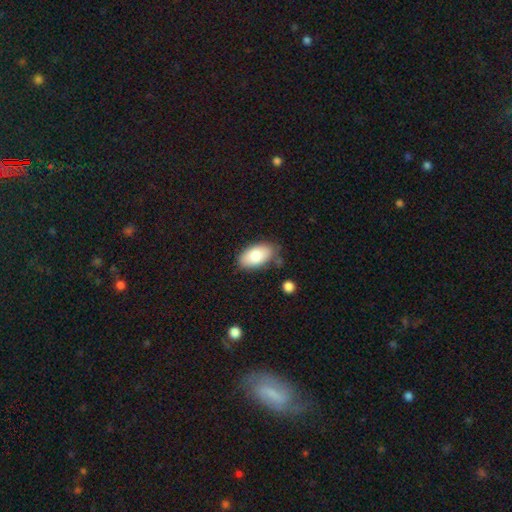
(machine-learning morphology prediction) Q: Smooth or featured?
A: smooth (81%); runner-up: featured or disk (13%)
Q: How rounded?
A: in between (94%); runner-up: round (4%)
Q: Merging?
A: none (72%); runner-up: minor disturbance (19%)